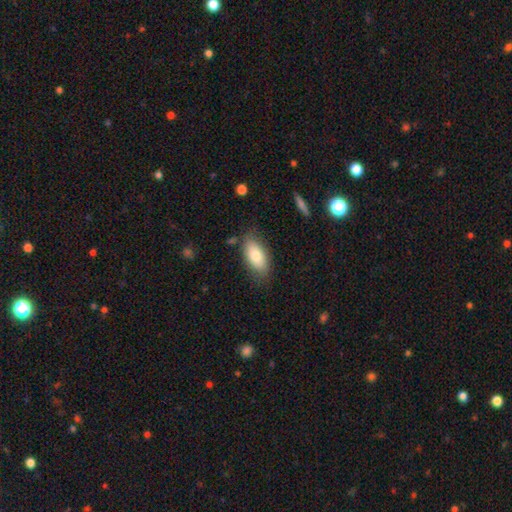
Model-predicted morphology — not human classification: Overall: smooth (79%). How rounded: in between (91%). Merging: none (77%).